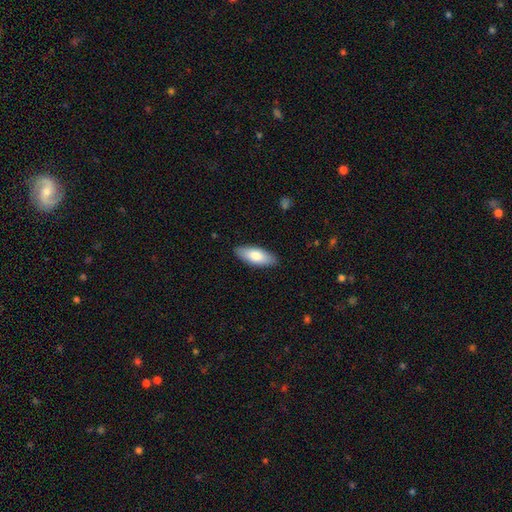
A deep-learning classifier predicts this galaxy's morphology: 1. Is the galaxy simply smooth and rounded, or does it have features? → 78% smooth, 16% featured or disk, 5% star or artifact.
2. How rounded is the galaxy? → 79% in between, 20% cigar-shaped, 2% round.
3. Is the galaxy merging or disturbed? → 88% none, 9% minor disturbance, 2% major disturbance, 1% merger.